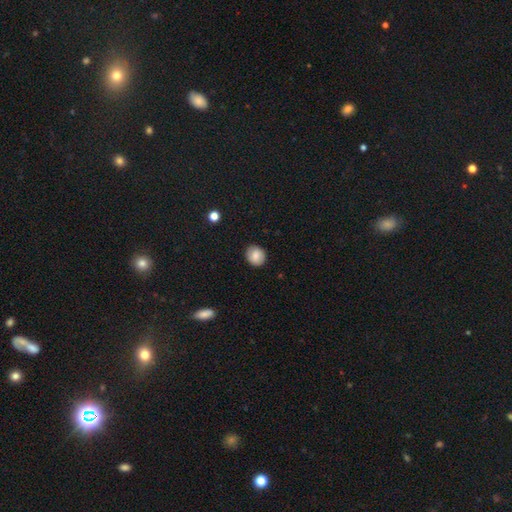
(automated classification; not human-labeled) Smooth or featured? Predicted: smooth (p=0.83). How rounded? Predicted: round (p=0.74). Merging? Predicted: none (p=0.86).